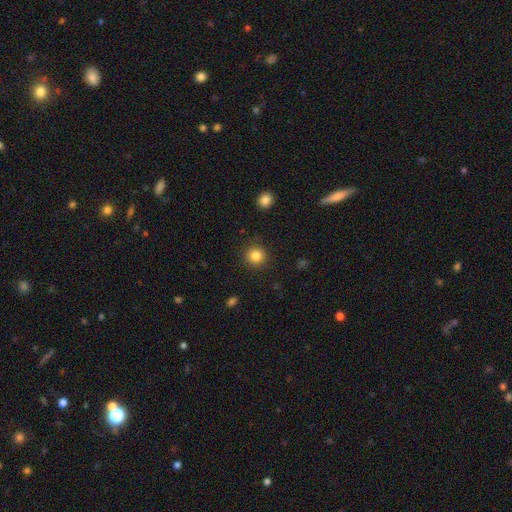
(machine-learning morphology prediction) A smooth galaxy with no disk features (84%) that is round (94%).

Vote fractions:
- Smooth or featured? smooth: 84% / star or artifact: 11% / featured or disk: 5%
- How rounded? round: 94% / in between: 5% / cigar-shaped: 1%
- Merging? none: 91% / minor disturbance: 6% / major disturbance: 2% / merger: 1%